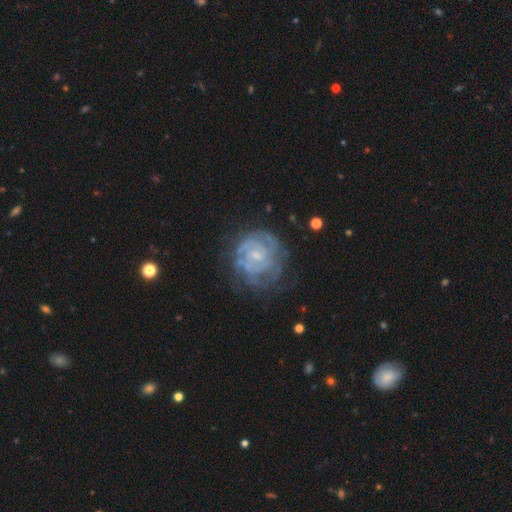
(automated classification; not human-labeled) smooth_or_featured: featured or disk (p=0.81) [alt: smooth p=0.12]
disk_edge_on: no (p=0.98) [alt: yes p=0.02]
bar: no (p=0.57) [alt: weak p=0.37]
has_spiral_arms: yes (p=0.87) [alt: no p=0.13]
spiral_winding: tight (p=0.68) [alt: medium p=0.26]
spiral_arm_count: can't tell (p=0.46) [alt: 2 p=0.20]
bulge_size: small (p=0.61) [alt: moderate p=0.24]
merging: none (p=0.64) [alt: minor disturbance p=0.21]